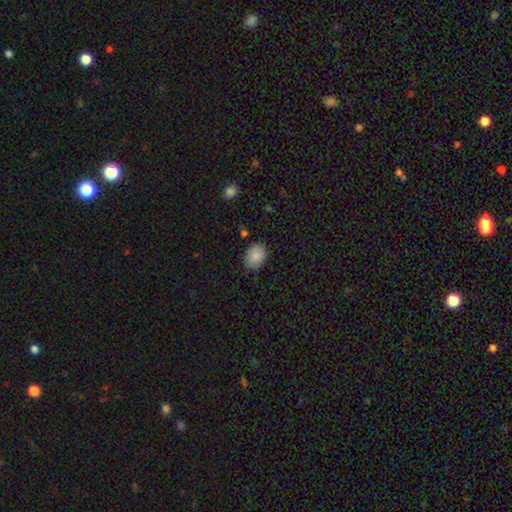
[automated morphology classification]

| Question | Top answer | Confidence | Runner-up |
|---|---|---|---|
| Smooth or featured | smooth | 87% | star or artifact (8%) |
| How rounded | in between | 67% | round (32%) |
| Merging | none | 84% | minor disturbance (12%) |